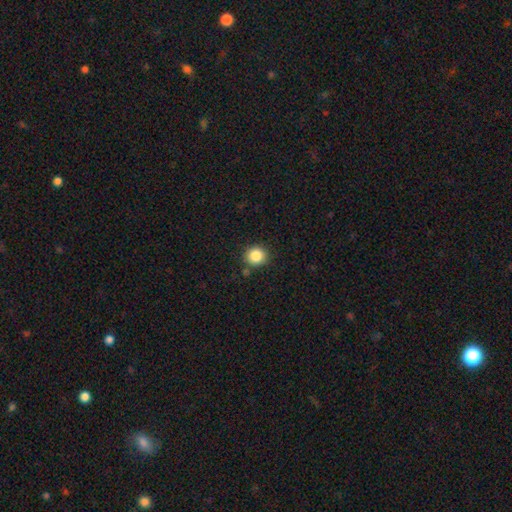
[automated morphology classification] This appears to be a smooth galaxy with no disk features (86%) that is round (87%). Merging: none (85%).